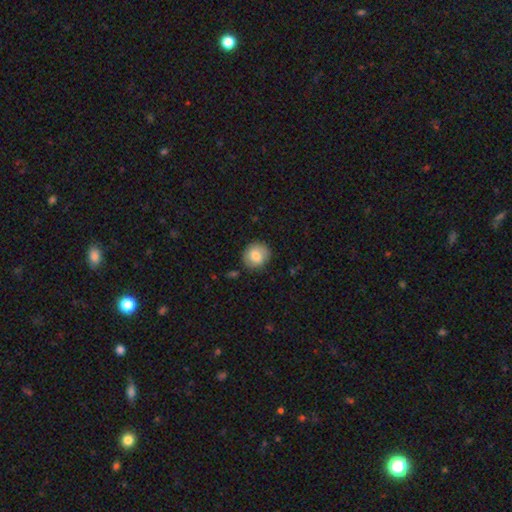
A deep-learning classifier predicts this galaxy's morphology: A smooth galaxy with no disk features (81%) that is round (82%). Merging: none (82%).